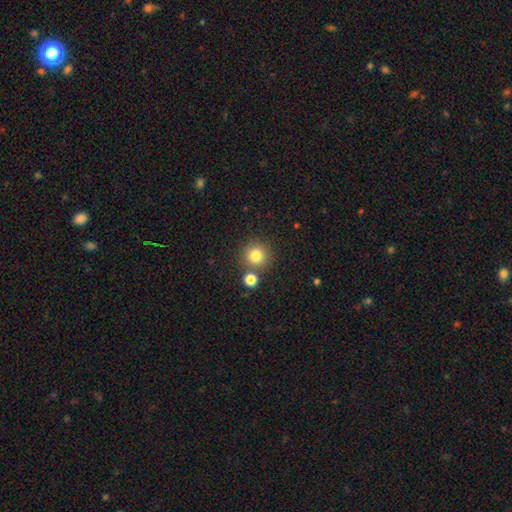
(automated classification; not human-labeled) Smooth or featured?
  - smooth: 81% *
  - star or artifact: 12%
  - featured or disk: 7%
How rounded?
  - round: 94% *
  - in between: 5%
  - cigar-shaped: 1%
Merging?
  - none: 77% *
  - merger: 13%
  - minor disturbance: 7%
  - major disturbance: 3%